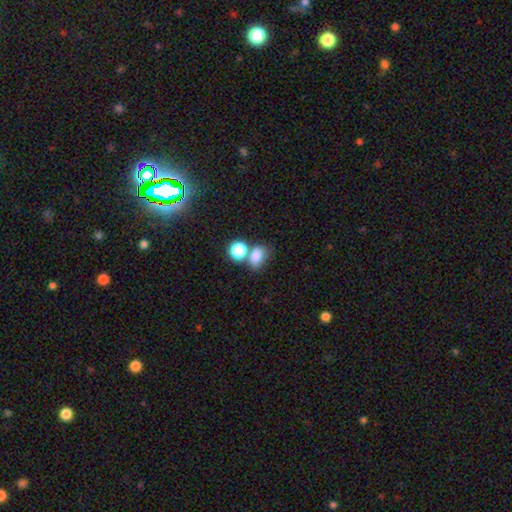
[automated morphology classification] The model was most divided on "merging": merger: 43%, none: 42%, minor disturbance: 10%, major disturbance: 5%. More confident: smooth or featured — smooth (79%); how rounded — in between (62%).